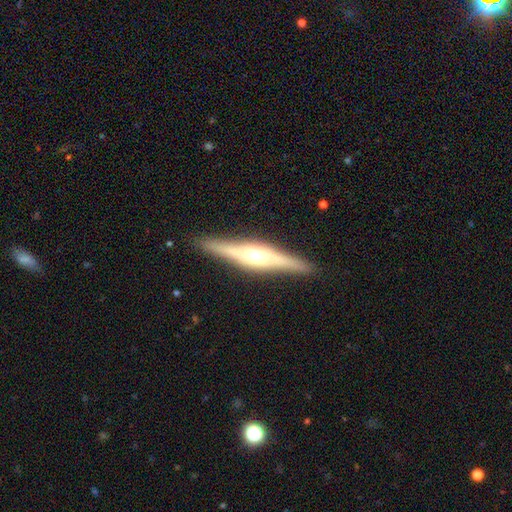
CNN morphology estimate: smooth-or-featured: featured or disk: 78% | smooth: 16% | star or artifact: 6%
  disk-edge-on: yes: 97% | no: 3%
    edge-on-bulge: rounded: 80% | boxy: 16% | none: 3%
  merging: none: 90% | minor disturbance: 8% | major disturbance: 2% | merger: 1%